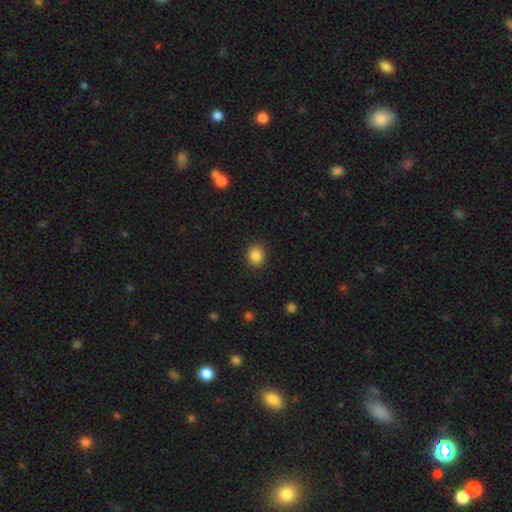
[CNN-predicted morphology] smooth_or_featured: smooth (p=0.85) [alt: star or artifact p=0.10]
how_rounded: round (p=0.78) [alt: in between p=0.21]
merging: none (p=0.89) [alt: minor disturbance p=0.08]